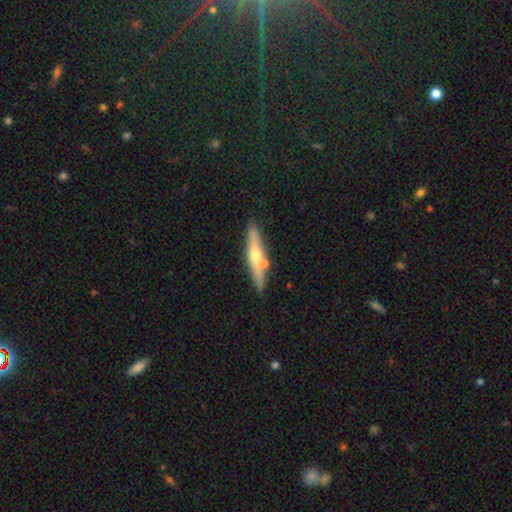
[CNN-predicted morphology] A featured or disk galaxy (56%) viewed edge-on (90%) with a rounded central bulge (88%). Merging: none (75%).